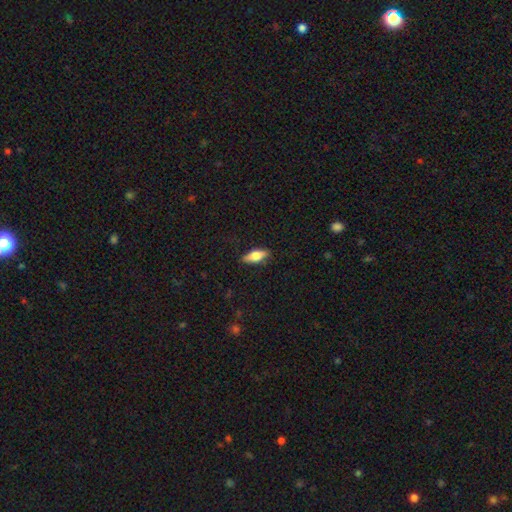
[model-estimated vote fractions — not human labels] smooth 62%, featured or disk 32%, star or artifact 7%. Down the decision tree: how rounded — in between (69%); merging — none (86%).